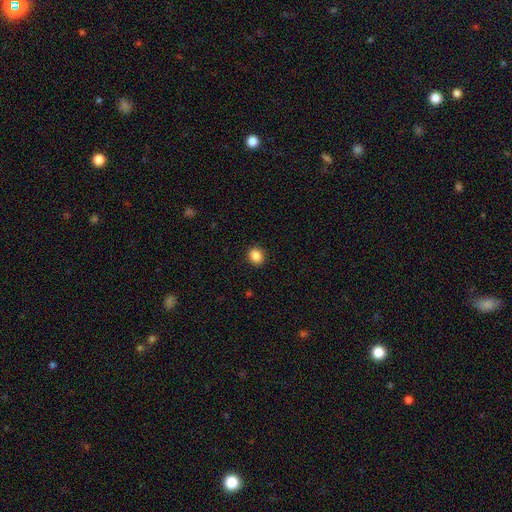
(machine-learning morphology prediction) Q: Smooth or featured?
A: smooth (87%); runner-up: star or artifact (9%)
Q: How rounded?
A: round (56%); runner-up: in between (43%)
Q: Merging?
A: none (90%); runner-up: minor disturbance (7%)